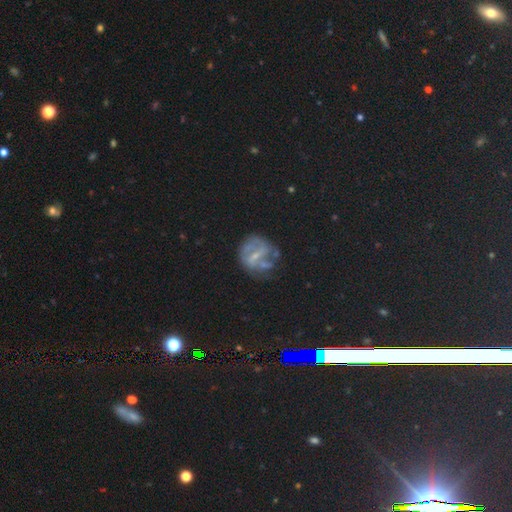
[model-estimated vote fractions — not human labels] This is likely a featured or disk galaxy (67%). It is clearly not viewed edge-on (97%). Bar: marginally weak (45%). Spiral arm pattern: likely yes (68%). Central bulge: likely small (64%). Merging: possibly none (53%).